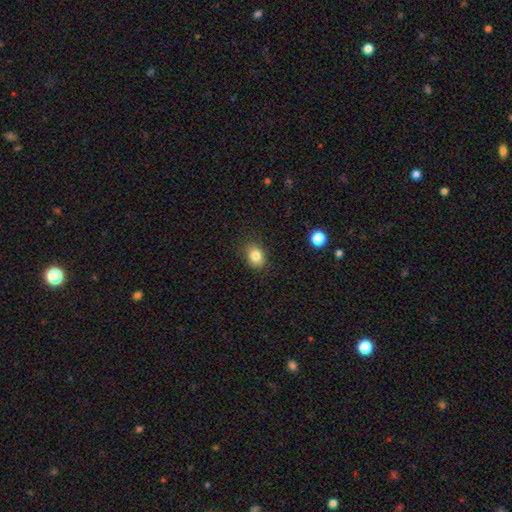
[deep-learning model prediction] A smooth galaxy with no disk features (83%) that is in between round and cigar-shaped (57%).

Vote fractions:
- Smooth or featured? smooth: 83% / star or artifact: 10% / featured or disk: 7%
- How rounded? in between: 57% / round: 42% / cigar-shaped: 1%
- Merging? none: 84% / minor disturbance: 12% / major disturbance: 3% / merger: 1%